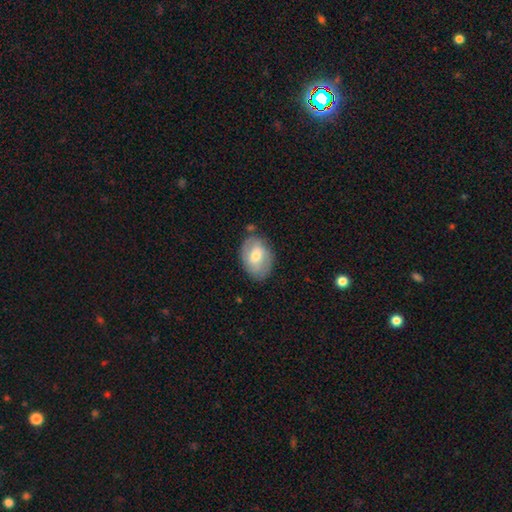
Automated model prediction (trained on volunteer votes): Morphology: type=smooth (57%); roundness=in between (79%); merging=none (74%).